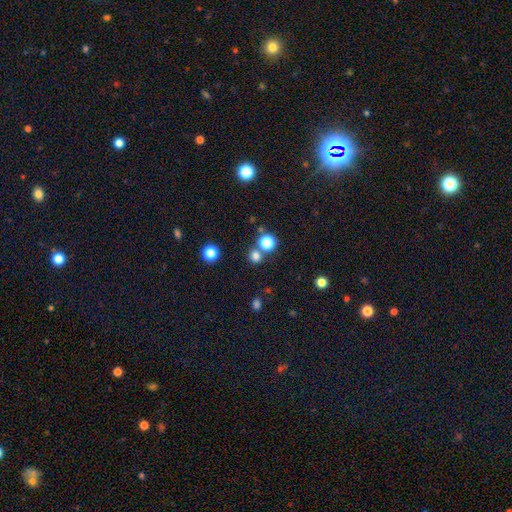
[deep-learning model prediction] This appears to be a smooth galaxy with no disk features (75%) that is round (90%). Merging: none (72%).